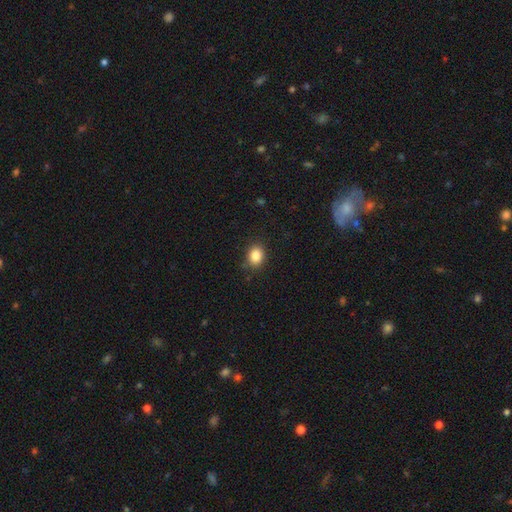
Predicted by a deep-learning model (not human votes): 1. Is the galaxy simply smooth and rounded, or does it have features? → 84% smooth, 10% star or artifact, 5% featured or disk.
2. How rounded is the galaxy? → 57% round, 42% in between, 1% cigar-shaped.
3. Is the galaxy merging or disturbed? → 86% none, 10% minor disturbance, 2% major disturbance, 1% merger.